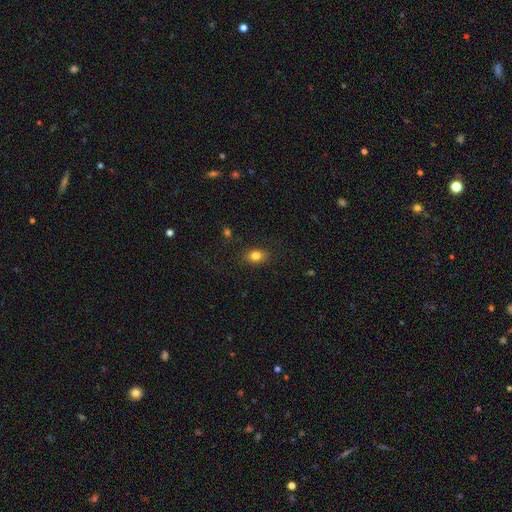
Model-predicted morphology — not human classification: This is clearly a smooth galaxy (82%). How rounded: likely in between (71%). Merging: clearly none (84%).